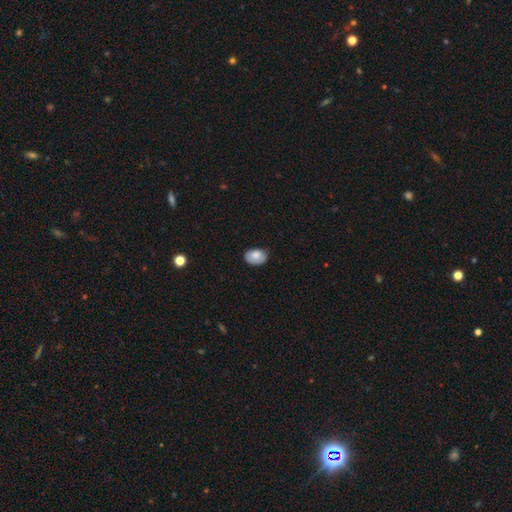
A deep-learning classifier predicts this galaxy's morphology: smooth-or-featured: smooth: 81% | featured or disk: 12% | star or artifact: 7%
  how-rounded: in between: 83% | round: 16% | cigar-shaped: 1%
  merging: none: 69% | minor disturbance: 25% | major disturbance: 4% | merger: 1%